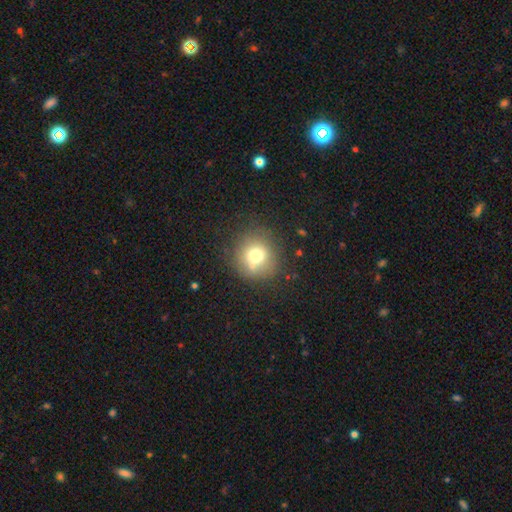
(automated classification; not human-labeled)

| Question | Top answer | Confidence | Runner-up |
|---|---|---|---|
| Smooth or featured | smooth | 69% | featured or disk (16%) |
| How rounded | round | 90% | in between (9%) |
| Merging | none | 72% | minor disturbance (14%) |